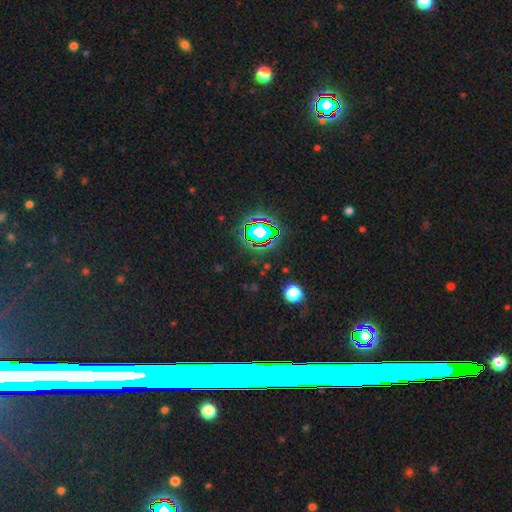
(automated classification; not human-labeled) Smooth or featured? Predicted: star or artifact (p=0.73).